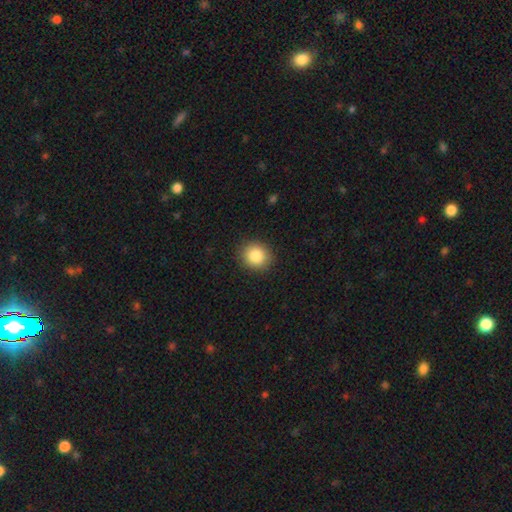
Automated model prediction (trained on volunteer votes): A smooth galaxy with no disk features (86%) that is round (79%). Merging: none (90%).